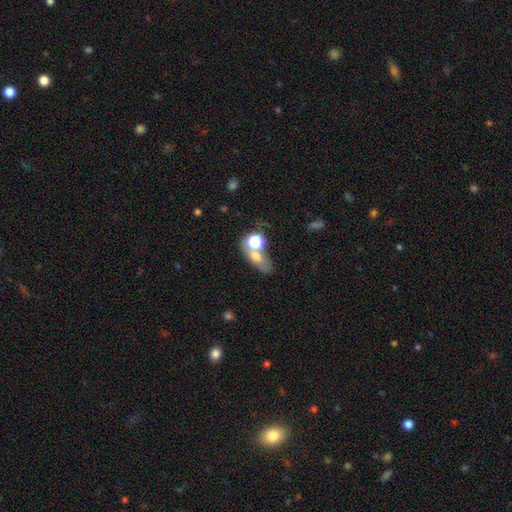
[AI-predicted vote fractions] Overall: smooth (57%; featured or disk 24%). How rounded: in between (64%; round 30%). Merging: none (41%; merger 38%).